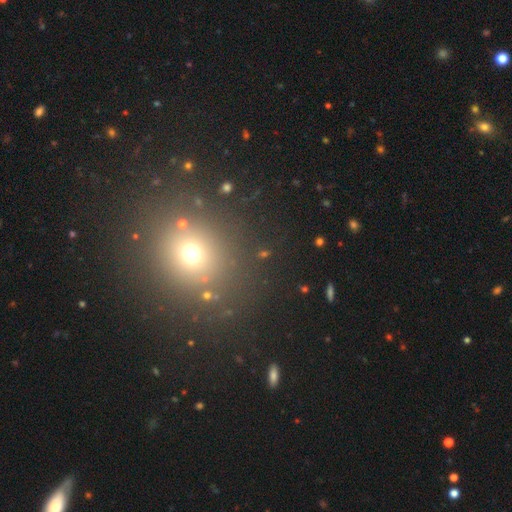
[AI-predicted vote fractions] Overall: smooth (55%; star or artifact 36%). How rounded: round (83%). Merging: none (87%).